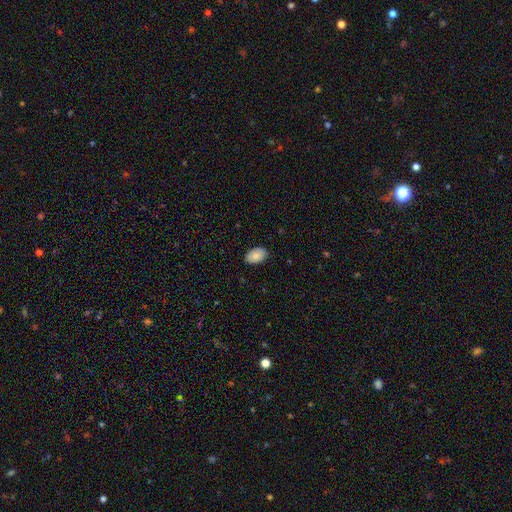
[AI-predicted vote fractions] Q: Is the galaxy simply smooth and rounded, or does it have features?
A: smooth — 85%.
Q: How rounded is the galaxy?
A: in between — 92%.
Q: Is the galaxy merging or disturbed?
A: none — 86%.